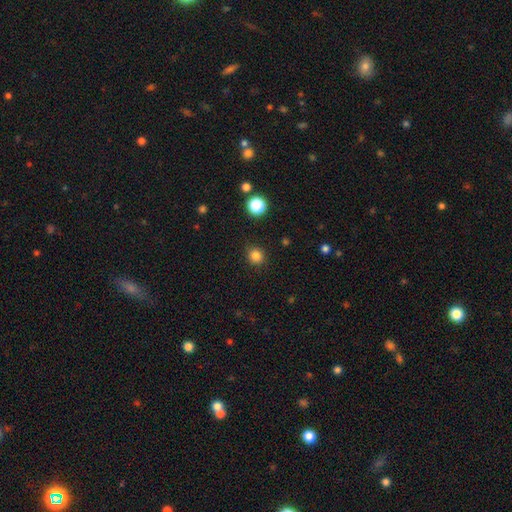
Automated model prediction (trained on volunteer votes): smooth_or_featured: smooth (p=0.83) [alt: star or artifact p=0.13]
how_rounded: round (p=0.88) [alt: in between p=0.11]
merging: none (p=0.88) [alt: minor disturbance p=0.08]